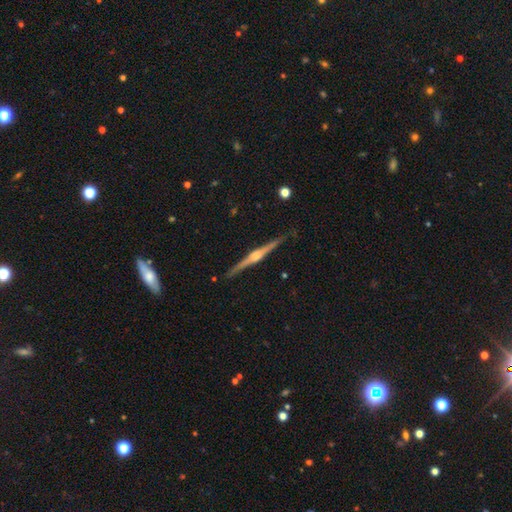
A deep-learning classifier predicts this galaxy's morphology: A featured or disk galaxy (85%) viewed edge-on (99%) with a rounded central bulge (88%).

Vote fractions:
- Smooth or featured? featured or disk: 85% / smooth: 10% / star or artifact: 5%
- Edge-on disk? yes: 99% / no: 1%
- Edge-on bulge? rounded: 88% / boxy: 8% / none: 4%
- Merging? none: 89% / minor disturbance: 8% / major disturbance: 2% / merger: 1%